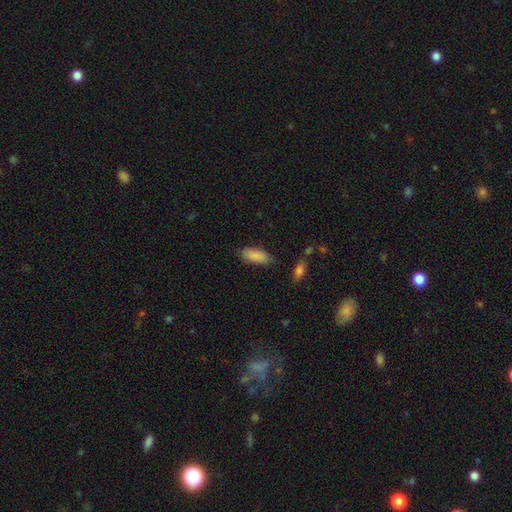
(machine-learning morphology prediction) Smooth or featured: smooth — 88% (star or artifact — 7%)
How rounded: in between — 82% (cigar-shaped — 16%)
Merging: none — 81% (minor disturbance — 14%)